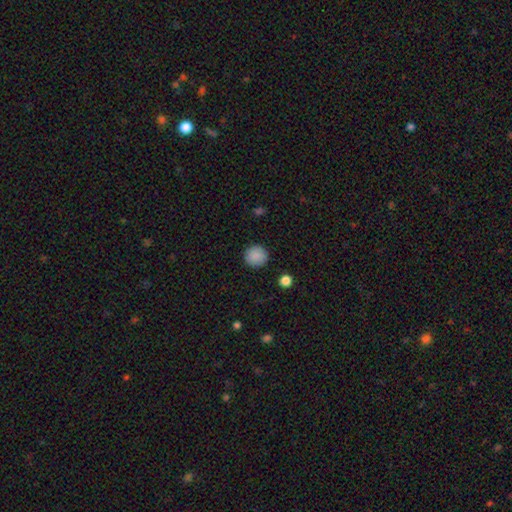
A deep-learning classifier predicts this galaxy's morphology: type=smooth (88%); roundness=round (94%); merging=none (91%).